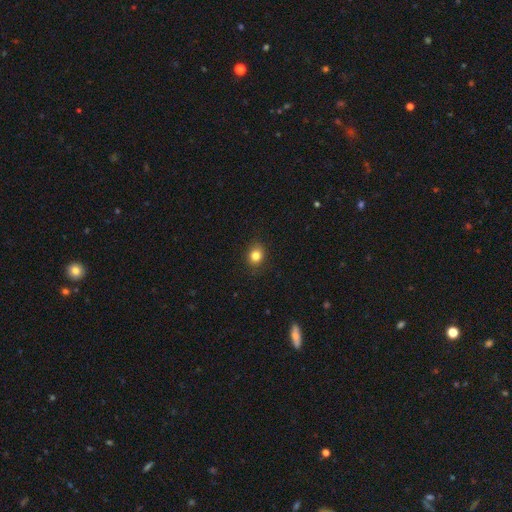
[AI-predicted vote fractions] Smooth or featured: smooth — 82% (star or artifact — 12%)
How rounded: round — 65% (in between — 34%)
Merging: none — 88% (minor disturbance — 9%)